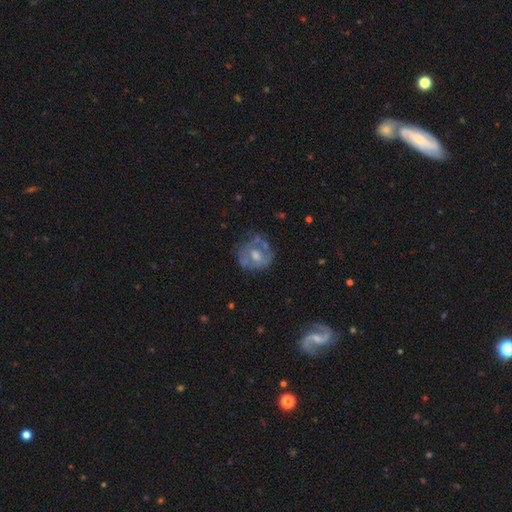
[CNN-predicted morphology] A featured or disk galaxy (59%) with no bar (65%), no spiral arms (55%) and a moderate central bulge (65%).

Vote fractions:
- Smooth or featured? featured or disk: 59% / smooth: 31% / star or artifact: 10%
- Edge-on disk? no: 96% / yes: 4%
- Bar? no: 65% / weak: 28% / strong: 6%
- Spiral arms? no: 55% / yes: 45%
- Bulge size? moderate: 65% / small: 22% / large: 8% / none: 4% / dominant: 1%
- Merging? none: 62% / minor disturbance: 21% / major disturbance: 13% / merger: 4%